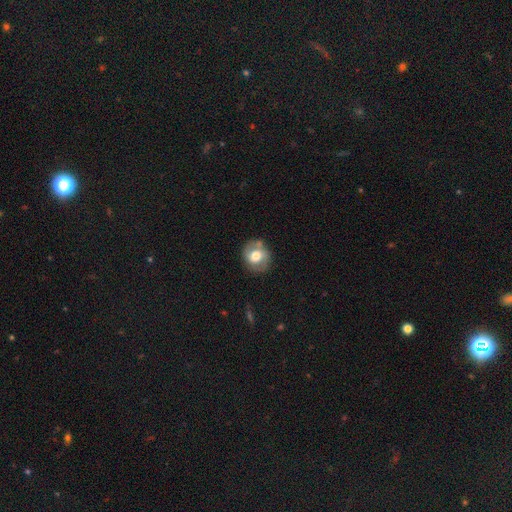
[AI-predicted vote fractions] smooth 59%, featured or disk 34%, star or artifact 7%. Down the decision tree: how rounded — round (76%); merging — none (74%).